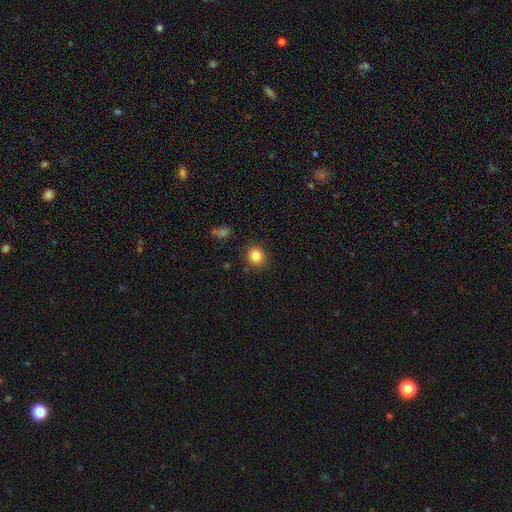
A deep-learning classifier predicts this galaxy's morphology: smooth-or-featured: smooth: 84% | star or artifact: 11% | featured or disk: 5%
  how-rounded: round: 88% | in between: 11% | cigar-shaped: 1%
  merging: none: 87% | minor disturbance: 8% | major disturbance: 2% | merger: 2%